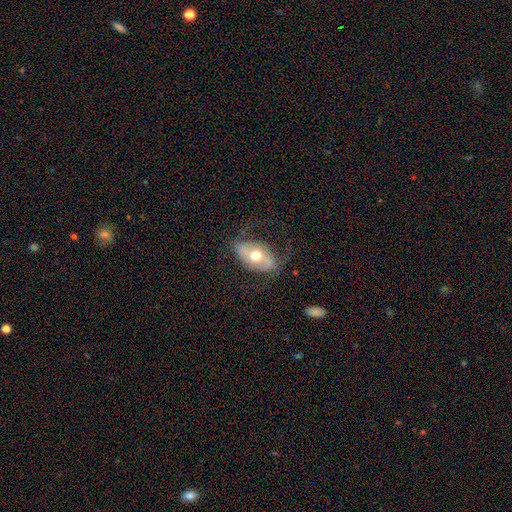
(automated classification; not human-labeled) This is possibly a featured or disk galaxy (54%). It is clearly not viewed edge-on (89%). Merging: possibly none (60%).